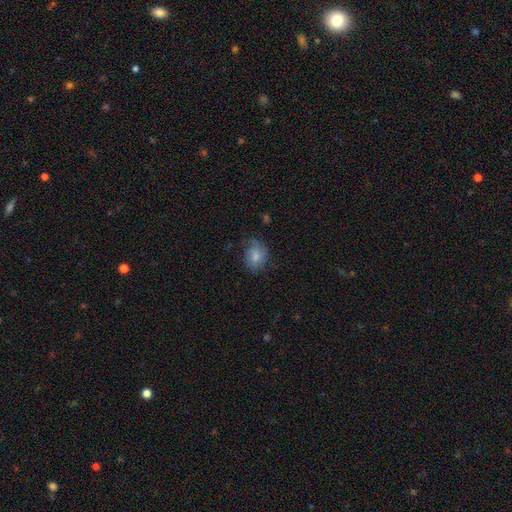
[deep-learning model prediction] This appears to be a smooth galaxy with no disk features (71%) that is in between round and cigar-shaped (59%). Merging: none (58%).